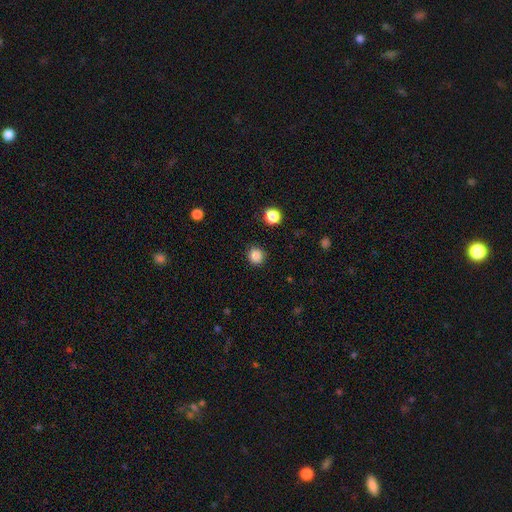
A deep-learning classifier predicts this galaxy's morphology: type=smooth (86%); roundness=round (91%); merging=none (90%).